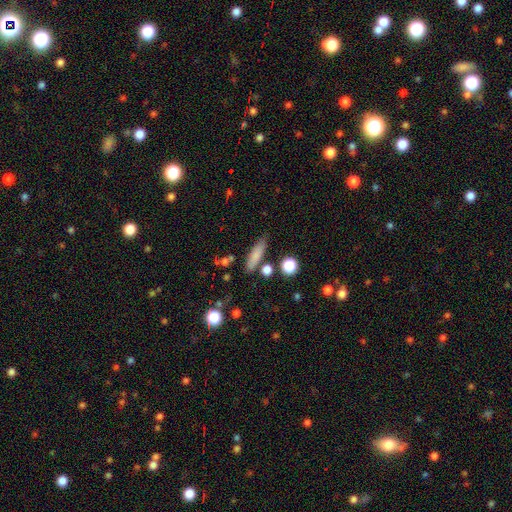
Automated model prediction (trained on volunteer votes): Smooth or featured? Predicted: smooth (p=0.78). How rounded? Predicted: cigar-shaped (p=0.67). Merging? Predicted: none (p=0.77).